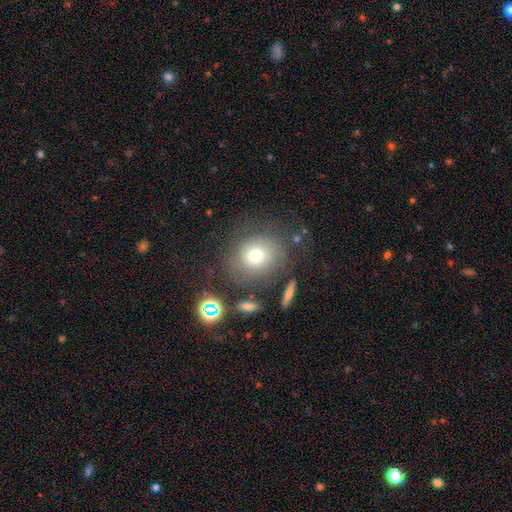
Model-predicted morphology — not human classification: Smooth or featured: smooth — 66% (featured or disk — 20%)
How rounded: round — 74% (in between — 24%)
Merging: none — 69% (minor disturbance — 16%)